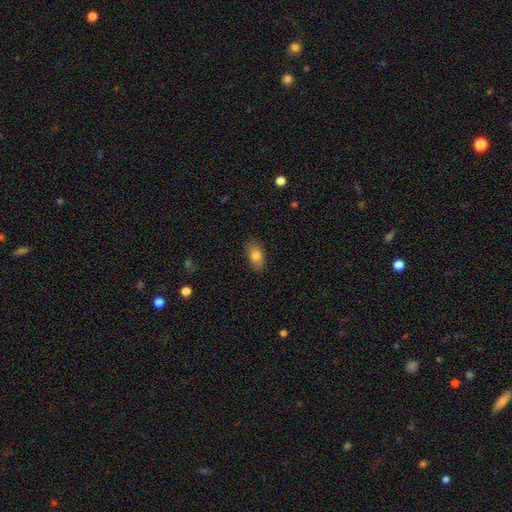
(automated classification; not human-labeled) Smooth or featured? smooth (81%)
How rounded? in between (90%)
Merging? none (84%)